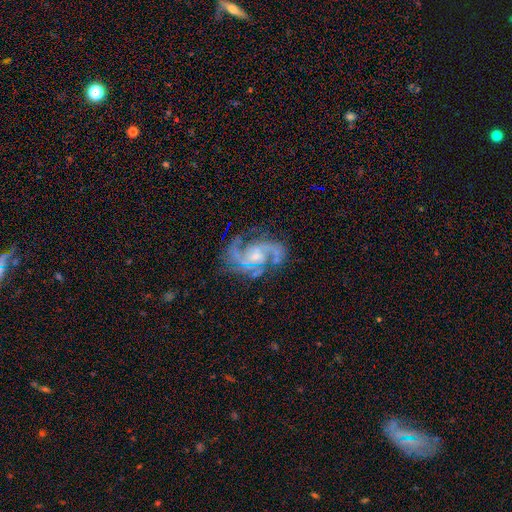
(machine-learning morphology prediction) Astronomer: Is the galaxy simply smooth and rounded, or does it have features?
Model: featured or disk — 88%.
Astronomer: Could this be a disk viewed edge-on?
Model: no — 97%.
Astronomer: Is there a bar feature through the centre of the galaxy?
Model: no — 54% (runner-up: weak, 37%).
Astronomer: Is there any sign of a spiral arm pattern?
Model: yes — 98%.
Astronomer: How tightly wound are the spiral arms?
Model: medium — 55%.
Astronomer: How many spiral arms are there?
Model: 2 — 47% (runner-up: 3, 28%).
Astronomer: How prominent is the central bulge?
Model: small — 46% (runner-up: moderate, 39%).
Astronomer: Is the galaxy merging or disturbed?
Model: none — 71%.